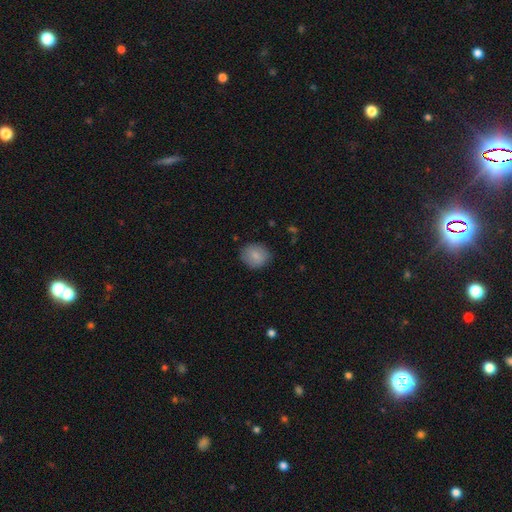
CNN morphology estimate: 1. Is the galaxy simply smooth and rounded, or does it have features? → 81% smooth, 12% featured or disk, 7% star or artifact.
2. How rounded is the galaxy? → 65% round, 34% in between, 1% cigar-shaped.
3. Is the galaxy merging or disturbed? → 81% none, 15% minor disturbance, 3% major disturbance, 1% merger.